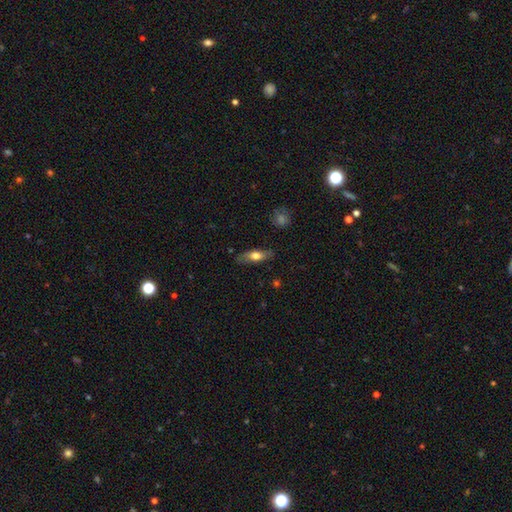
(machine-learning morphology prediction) This appears to be a smooth galaxy with no disk features (61%) that is in between round and cigar-shaped (55%). Merging: none (83%).